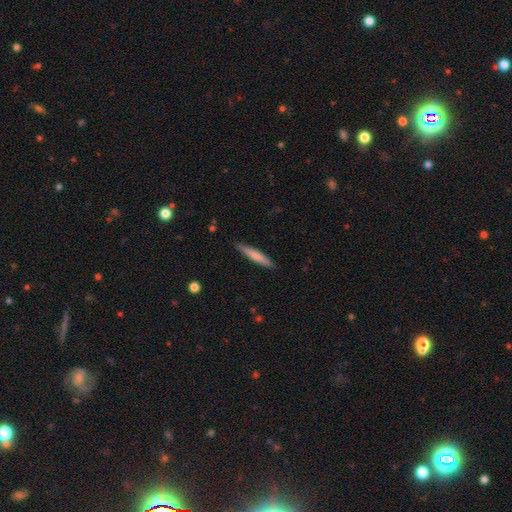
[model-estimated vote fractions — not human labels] smooth-or-featured: smooth: 70% | featured or disk: 24% | star or artifact: 5%
  how-rounded: cigar-shaped: 93% | in between: 6% | round: 1%
  merging: none: 88% | minor disturbance: 9% | major disturbance: 2% | merger: 1%